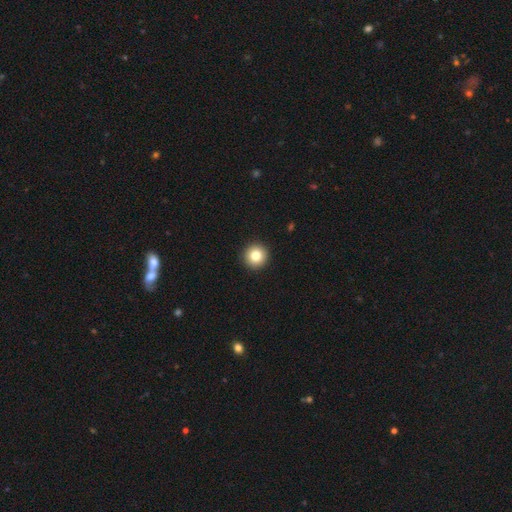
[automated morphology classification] type=smooth (82%); roundness=round (96%); merging=none (93%).